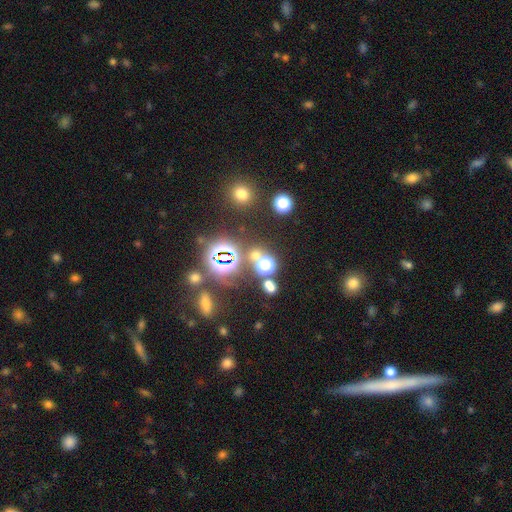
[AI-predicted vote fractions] Smooth or featured? Predicted: star or artifact (p=0.53).